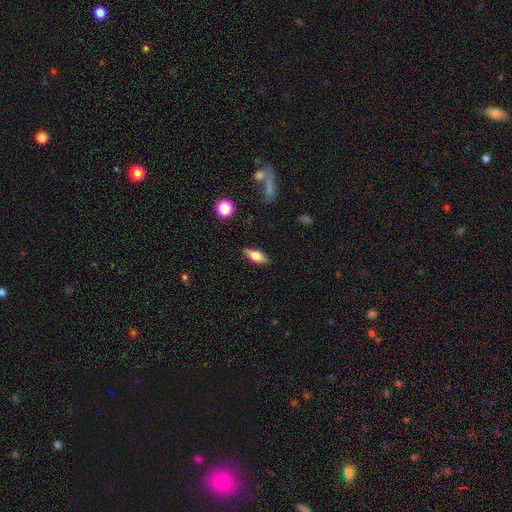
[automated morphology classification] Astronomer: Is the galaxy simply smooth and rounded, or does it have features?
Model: smooth — 66%.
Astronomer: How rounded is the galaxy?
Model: in between — 71%.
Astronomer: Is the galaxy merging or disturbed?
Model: none — 84%.